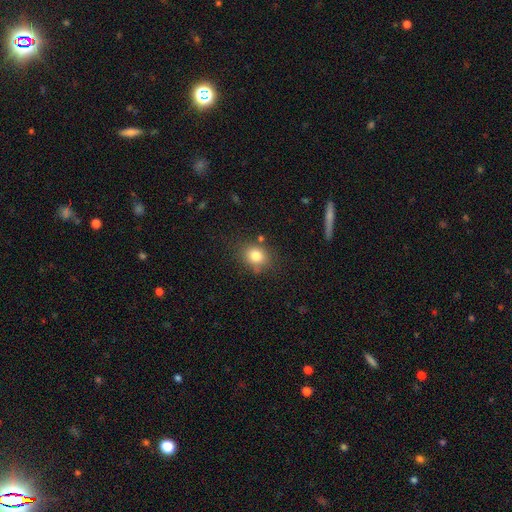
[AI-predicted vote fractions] smooth-or-featured: smooth: 81% | star or artifact: 11% | featured or disk: 8%
  how-rounded: round: 57% | in between: 42% | cigar-shaped: 1%
  merging: none: 76% | minor disturbance: 14% | merger: 5% | major disturbance: 4%